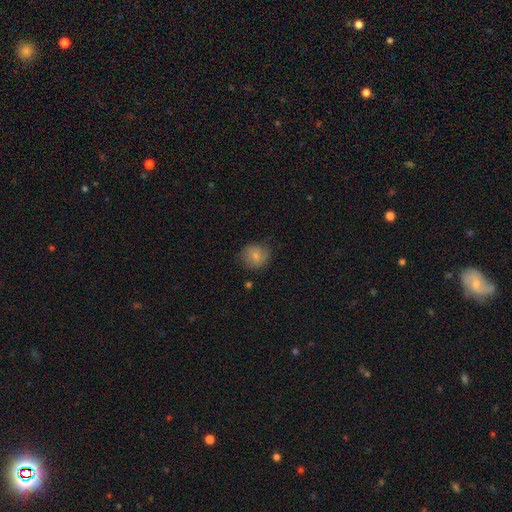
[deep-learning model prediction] The model was most divided on "merging": none: 75%, minor disturbance: 19%, major disturbance: 5%, merger: 1%. More confident: how rounded — round (84%); smooth or featured — smooth (80%).